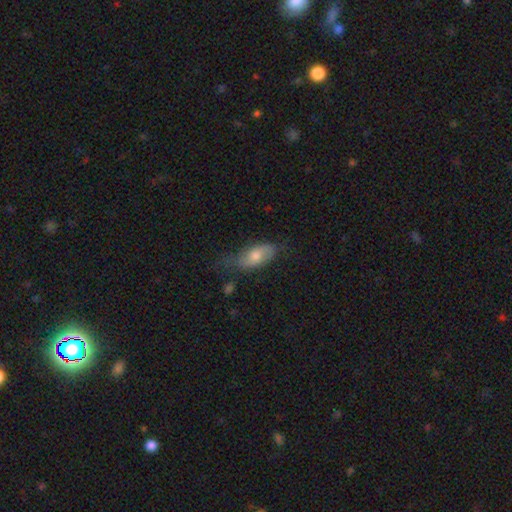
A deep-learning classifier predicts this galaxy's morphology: This is likely a smooth galaxy (61%). How rounded: clearly in between (86%). Merging: possibly none (55%).